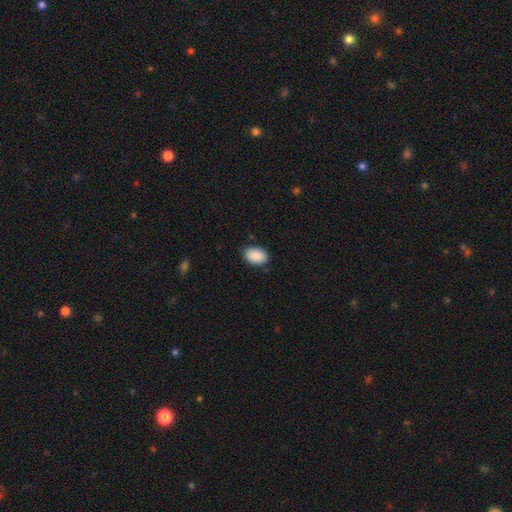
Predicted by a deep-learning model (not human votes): Smooth or featured? Predicted: smooth (p=0.91). How rounded? Predicted: in between (p=0.88). Merging? Predicted: none (p=0.86).